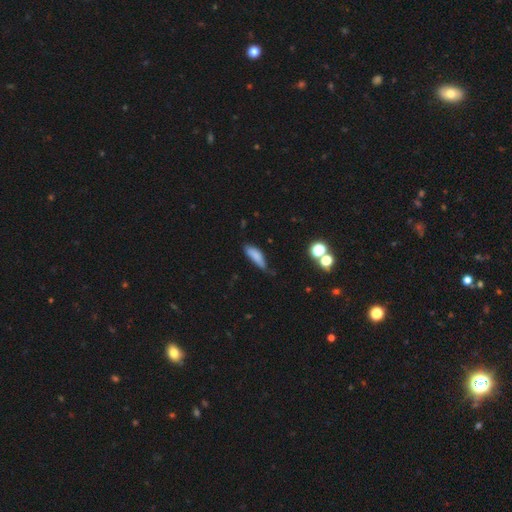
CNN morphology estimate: smooth-or-featured: smooth: 79% | featured or disk: 12% | star or artifact: 9%
  how-rounded: in between: 53% | cigar-shaped: 44% | round: 2%
  merging: none: 43% | minor disturbance: 42% | major disturbance: 11% | merger: 4%